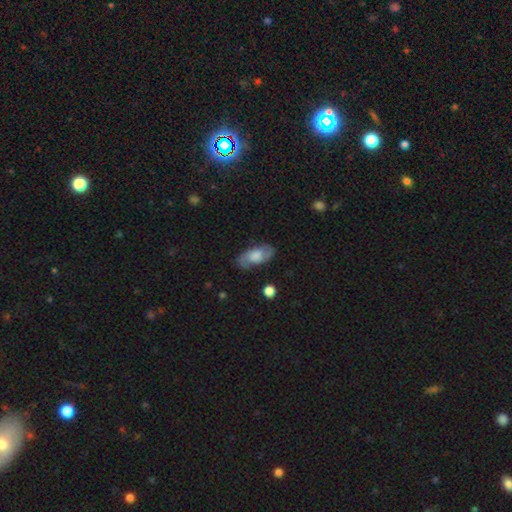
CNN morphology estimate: Smooth or featured? Predicted: featured or disk (p=0.47). Merging? Predicted: none (p=0.77).